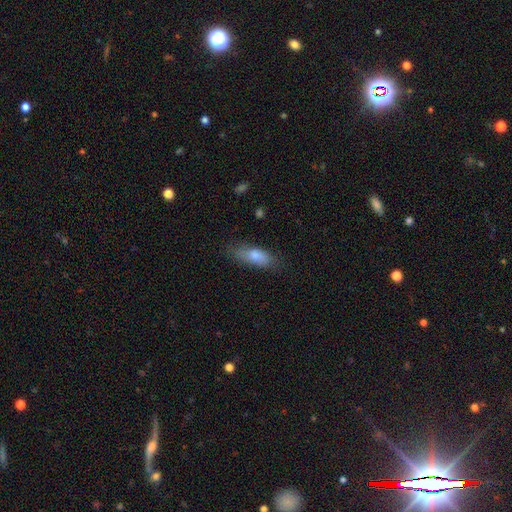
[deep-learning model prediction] smooth_or_featured: smooth (p=0.79) [alt: featured or disk p=0.14]
how_rounded: in between (p=0.72) [alt: cigar-shaped p=0.26]
merging: none (p=0.68) [alt: minor disturbance p=0.23]